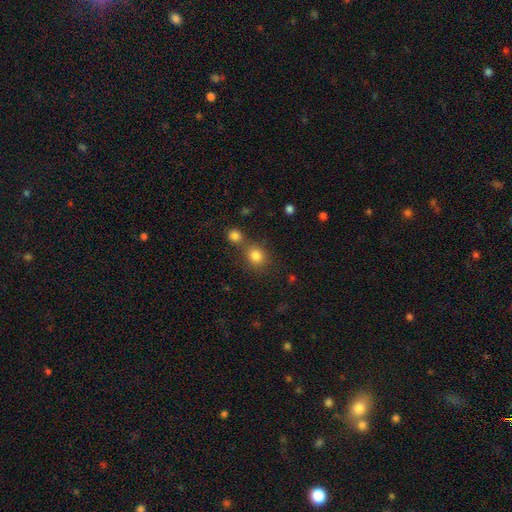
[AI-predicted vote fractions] Smooth or featured? smooth (82%)
How rounded? round (78%)
Merging? none (61%)